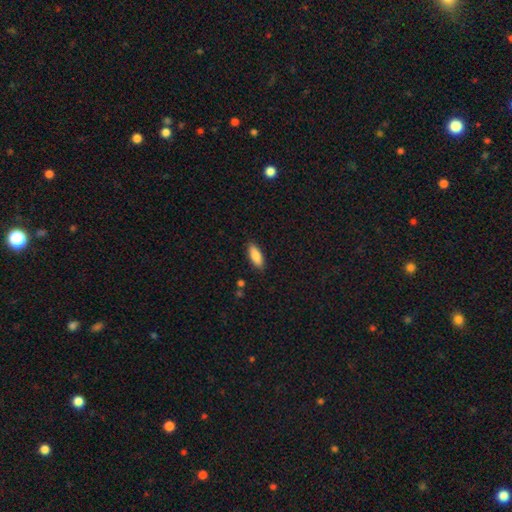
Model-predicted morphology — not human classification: smooth-or-featured: smooth: 88% | star or artifact: 6% | featured or disk: 6%
  how-rounded: in between: 74% | cigar-shaped: 24% | round: 2%
  merging: none: 86% | minor disturbance: 10% | major disturbance: 2% | merger: 1%